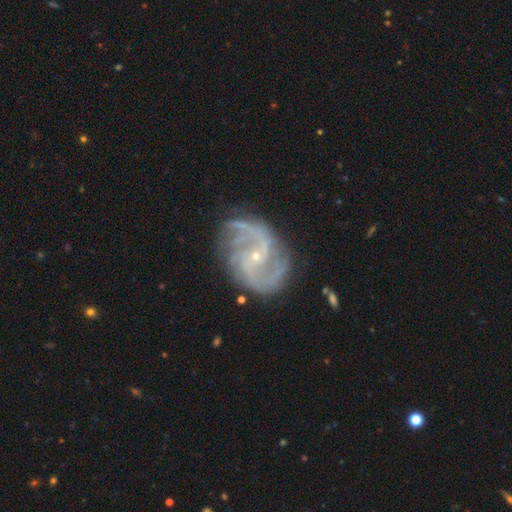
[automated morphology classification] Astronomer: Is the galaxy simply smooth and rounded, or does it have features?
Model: featured or disk — 91%.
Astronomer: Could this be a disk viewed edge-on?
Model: no — 98%.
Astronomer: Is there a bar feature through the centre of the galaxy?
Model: no — 57% (runner-up: weak, 33%).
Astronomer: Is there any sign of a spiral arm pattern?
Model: yes — 98%.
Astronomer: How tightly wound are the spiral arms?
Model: medium — 55%.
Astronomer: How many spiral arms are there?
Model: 2 — 56%.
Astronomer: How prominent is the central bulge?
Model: small — 85%.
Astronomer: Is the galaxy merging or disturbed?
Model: none — 73%.